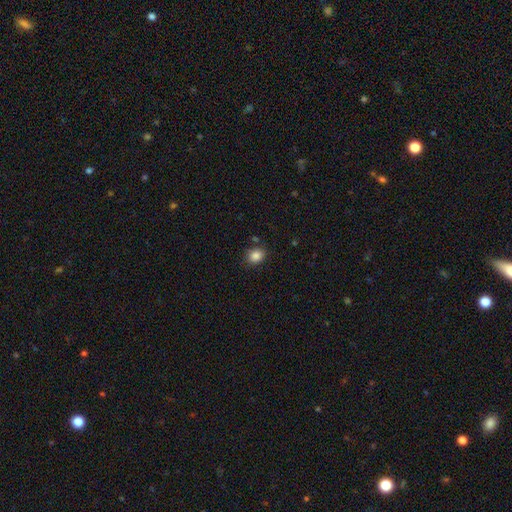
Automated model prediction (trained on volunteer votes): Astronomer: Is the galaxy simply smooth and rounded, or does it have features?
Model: smooth — 86%.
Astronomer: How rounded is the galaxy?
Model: round — 54% (runner-up: in between, 45%).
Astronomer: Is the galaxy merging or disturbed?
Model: none — 82%.